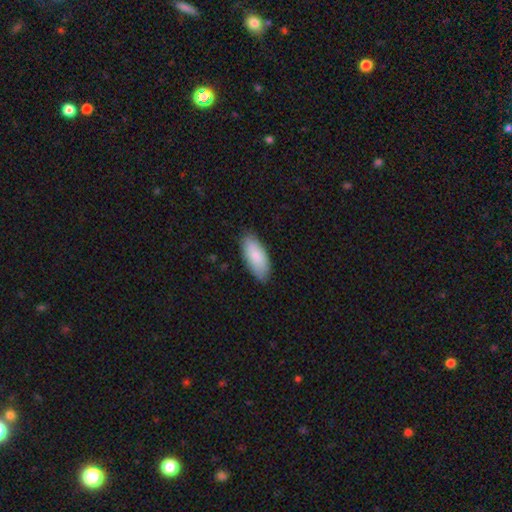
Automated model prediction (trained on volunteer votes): Smooth or featured?
  - smooth: 85% *
  - featured or disk: 10%
  - star or artifact: 5%
How rounded?
  - in between: 87% *
  - cigar-shaped: 11%
  - round: 2%
Merging?
  - none: 84% *
  - minor disturbance: 13%
  - major disturbance: 2%
  - merger: 1%